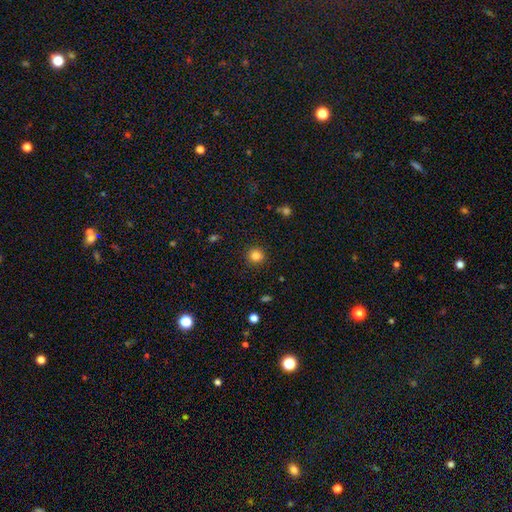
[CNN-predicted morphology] Smooth or featured? smooth (83%)
How rounded? round (92%)
Merging? none (91%)